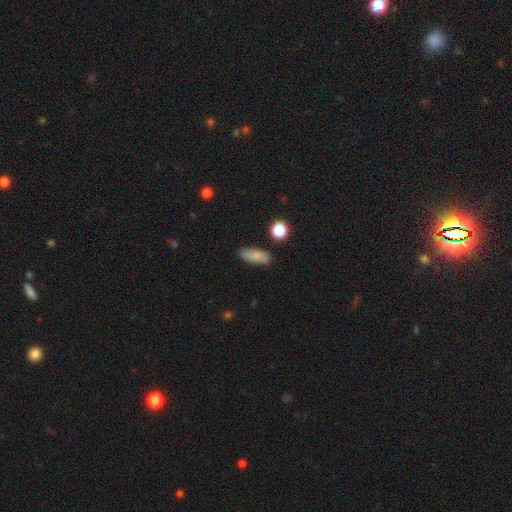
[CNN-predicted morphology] smooth_or_featured: smooth (p=0.76) [alt: featured or disk p=0.15]
how_rounded: in between (p=0.79) [alt: cigar-shaped p=0.16]
merging: none (p=0.78) [alt: minor disturbance p=0.16]